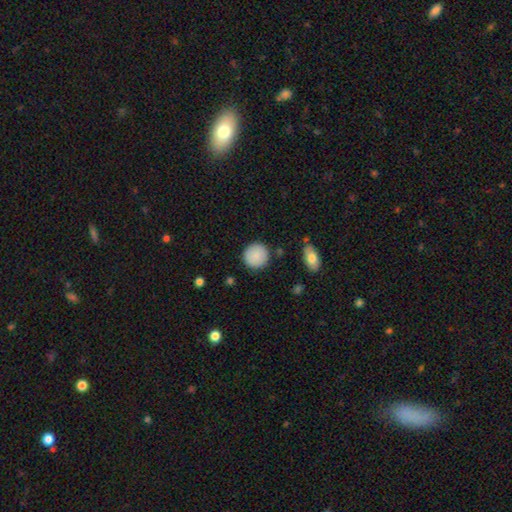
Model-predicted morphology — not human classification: Smooth or featured? Predicted: smooth (p=0.88). How rounded? Predicted: round (p=0.94). Merging? Predicted: none (p=0.88).